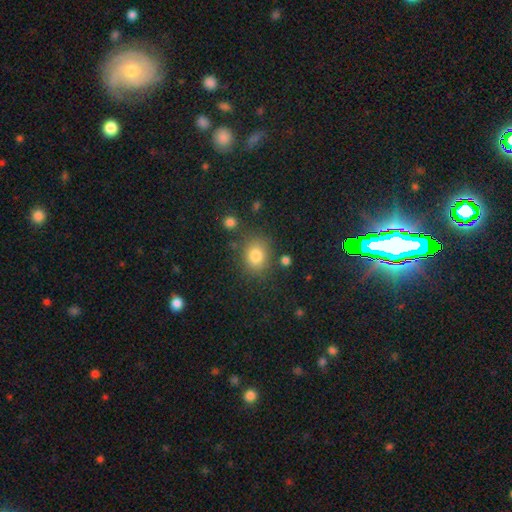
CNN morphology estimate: This is clearly a smooth galaxy (81%). How rounded: possibly round (59%). Merging: likely none (77%).